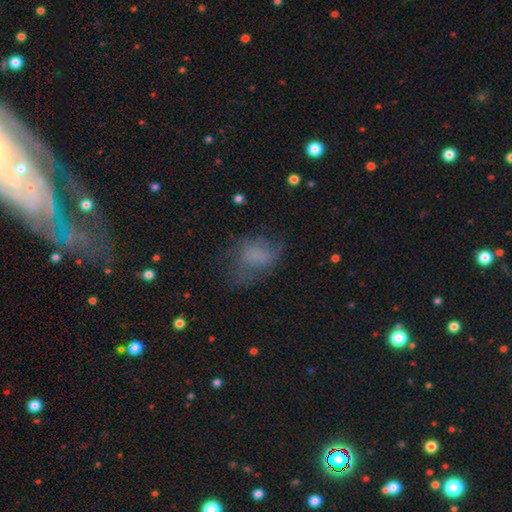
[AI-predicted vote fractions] smooth_or_featured: smooth (p=0.56) [alt: featured or disk p=0.28]
how_rounded: in between (p=0.65) [alt: round p=0.33]
merging: none (p=0.47) [alt: major disturbance p=0.26]